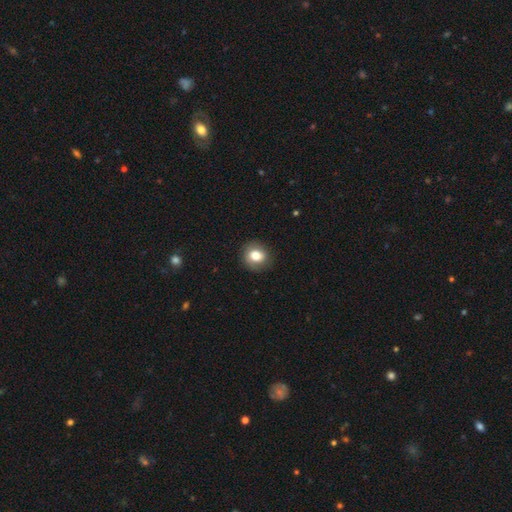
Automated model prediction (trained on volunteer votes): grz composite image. It shows a smooth galaxy with no disk features (78%) that is round (76%). Merging: none (86%).